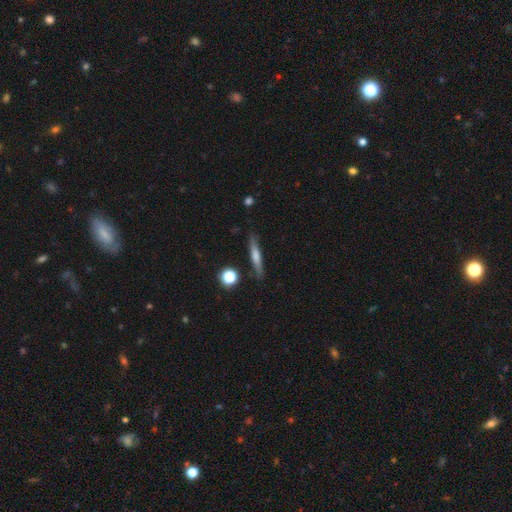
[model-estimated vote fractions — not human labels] Smooth or featured: smooth — 51% (featured or disk — 41%)
How rounded: cigar-shaped — 90% (in between — 8%)
Merging: none — 85% (minor disturbance — 10%)